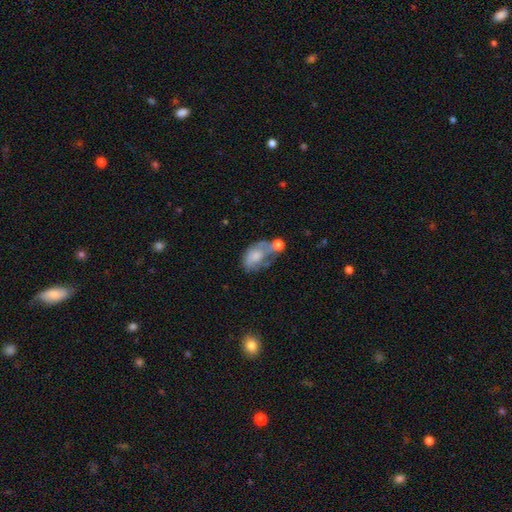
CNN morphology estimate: Q: Smooth or featured?
A: smooth (51%); runner-up: featured or disk (40%)
Q: How rounded?
A: in between (87%); runner-up: round (11%)
Q: Merging?
A: major disturbance (26%); runner-up: merger (25%)